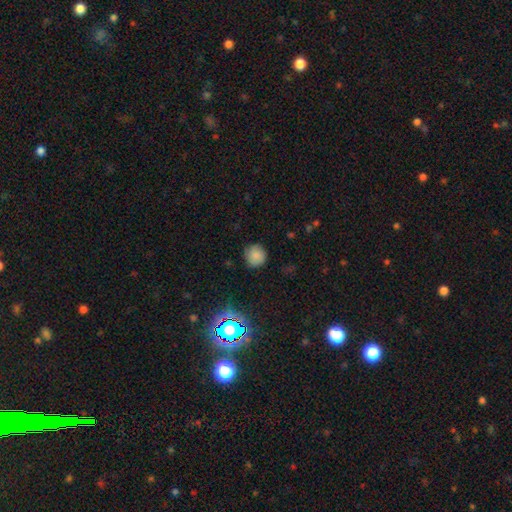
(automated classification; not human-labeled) Smooth or featured?
  - smooth: 80% *
  - star or artifact: 13%
  - featured or disk: 7%
How rounded?
  - round: 93% *
  - in between: 6%
  - cigar-shaped: 1%
Merging?
  - none: 84% *
  - minor disturbance: 12%
  - major disturbance: 3%
  - merger: 1%